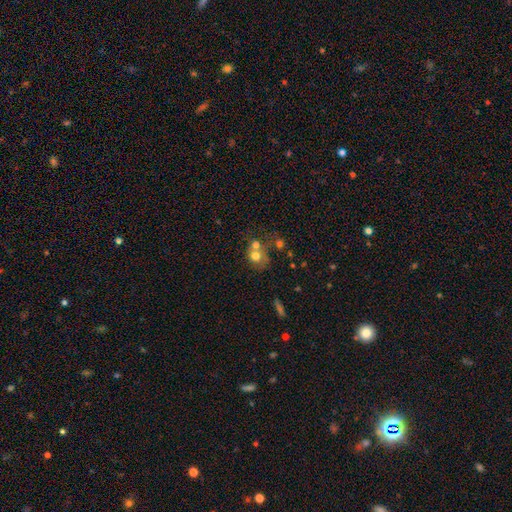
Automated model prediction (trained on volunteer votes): This is likely a smooth galaxy (67%). How rounded: likely round (72%). Merging: possibly merger (55%).